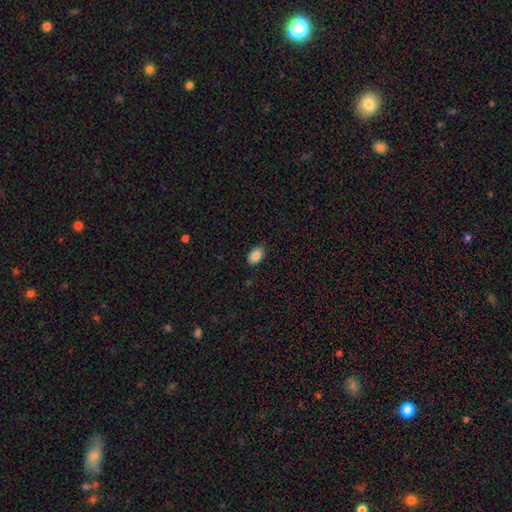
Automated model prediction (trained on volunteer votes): This is clearly a smooth galaxy (85%). How rounded: clearly in between (89%). Merging: clearly none (85%).